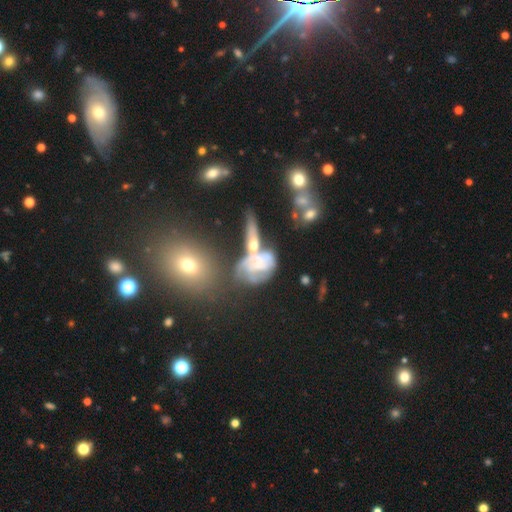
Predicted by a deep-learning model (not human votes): Smooth or featured: featured or disk — 58% (smooth — 24%)
Edge-on disk: no — 85% (yes — 15%)
Merging: none — 39% (merger — 26%)